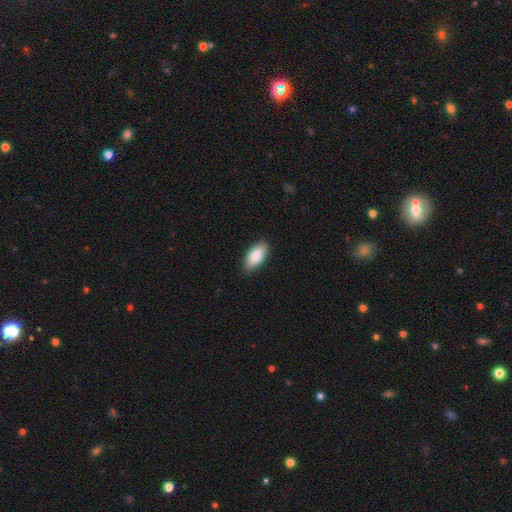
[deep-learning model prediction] The model was most divided on "smooth or featured": smooth: 83%, featured or disk: 11%, star or artifact: 6%. More confident: how rounded — in between (91%); merging — none (88%).